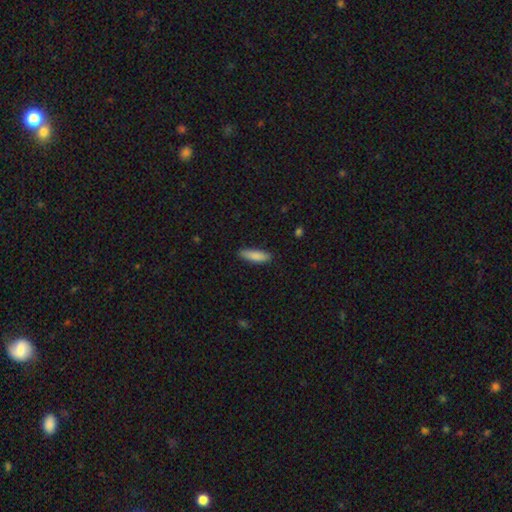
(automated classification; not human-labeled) smooth 86%, featured or disk 8%, star or artifact 6%. Down the decision tree: how rounded — cigar-shaped (63%); merging — none (85%).